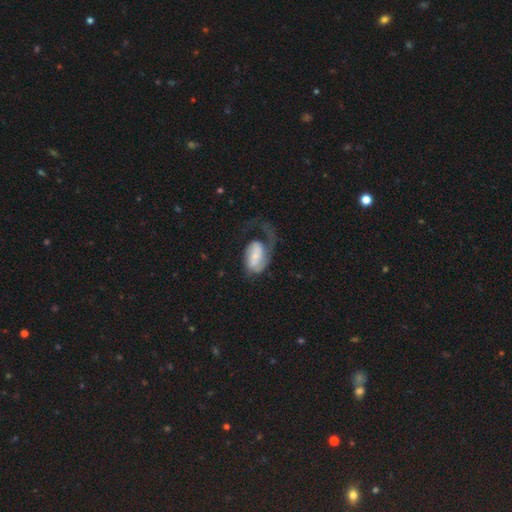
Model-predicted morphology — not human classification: This is possibly a featured or disk galaxy (59%). It is clearly not viewed edge-on (96%). Bar: possibly no (48%). Spiral arm pattern: likely yes (79%). Central bulge: possibly small (49%). Merging: likely major disturbance (61%).